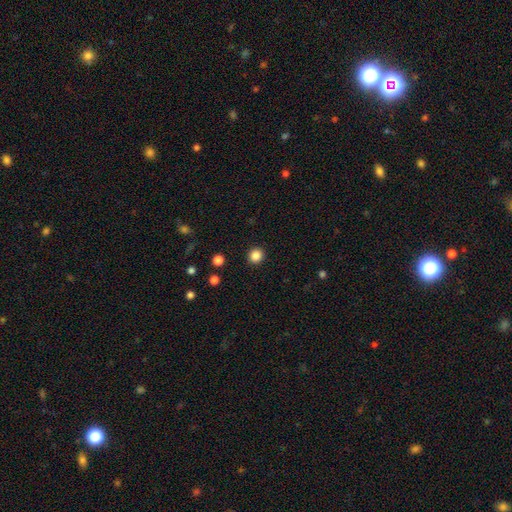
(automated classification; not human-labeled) smooth-or-featured: smooth: 86% | star or artifact: 11% | featured or disk: 3%
  how-rounded: round: 91% | in between: 8% | cigar-shaped: 1%
  merging: none: 92% | minor disturbance: 5% | major disturbance: 2% | merger: 1%